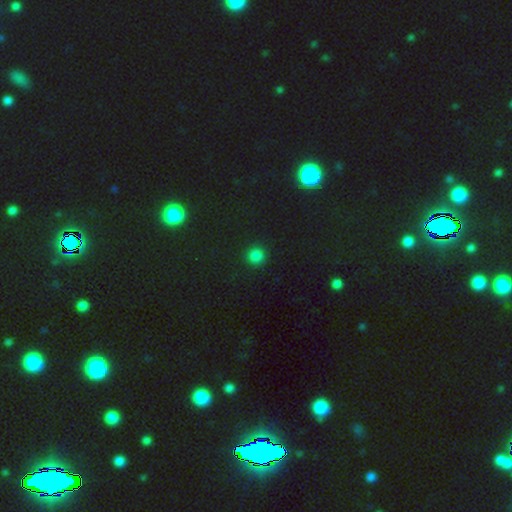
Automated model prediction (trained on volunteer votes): Q: Smooth or featured?
A: smooth (81%); runner-up: star or artifact (16%)
Q: How rounded?
A: round (93%); runner-up: in between (6%)
Q: Merging?
A: none (92%); runner-up: minor disturbance (5%)